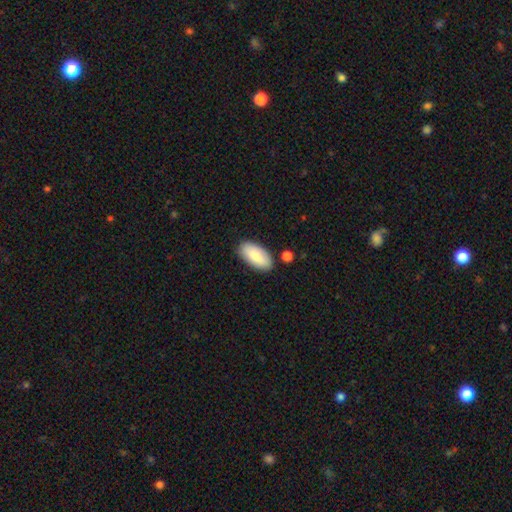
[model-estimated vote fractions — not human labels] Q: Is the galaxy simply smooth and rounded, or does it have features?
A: smooth — 83%.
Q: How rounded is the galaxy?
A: in between — 92%.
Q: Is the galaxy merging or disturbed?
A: none — 83%.